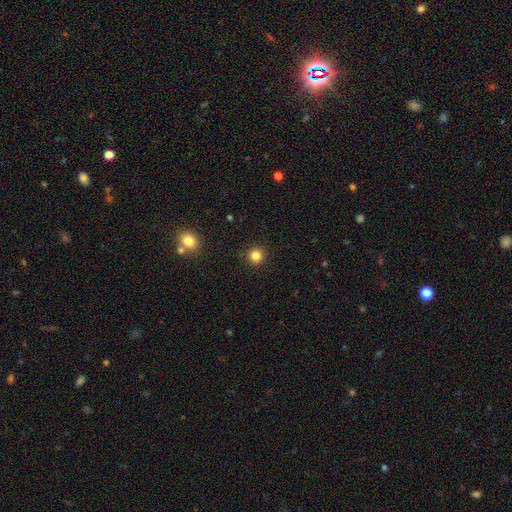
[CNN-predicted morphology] smooth 83%, star or artifact 13%, featured or disk 4%. Down the decision tree: how rounded — round (95%); merging — none (92%).